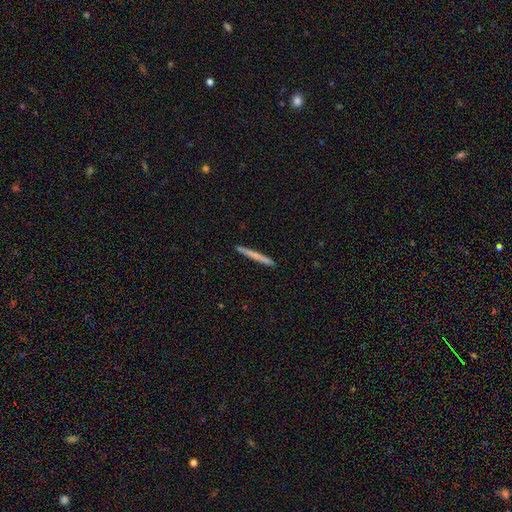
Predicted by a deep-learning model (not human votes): This appears to be a smooth galaxy with no disk features (66%) that is cigar-shaped (97%). Merging: none (92%).